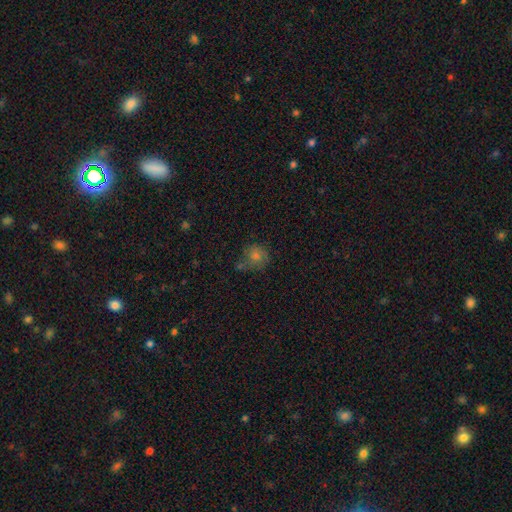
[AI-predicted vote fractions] Smooth or featured: smooth — 55% (star or artifact — 23%)
How rounded: round — 84% (in between — 15%)
Merging: none — 63% (minor disturbance — 19%)